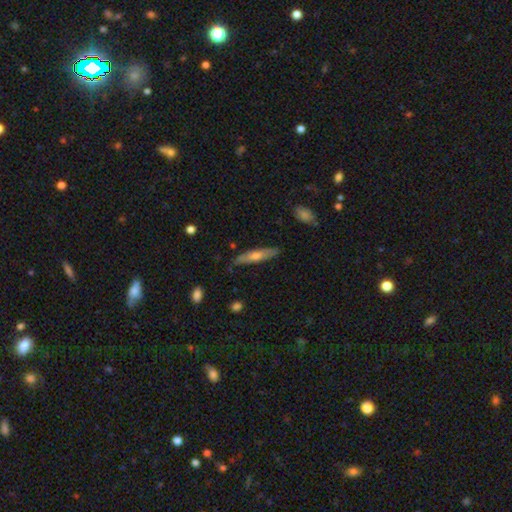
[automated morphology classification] smooth_or_featured: smooth (p=0.49) [alt: featured or disk p=0.45]
merging: none (p=0.82) [alt: minor disturbance p=0.14]